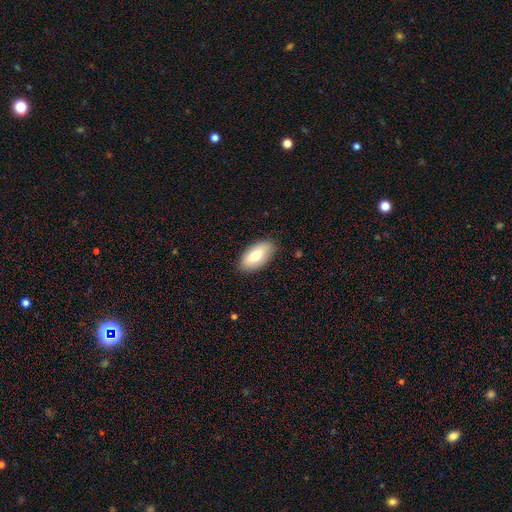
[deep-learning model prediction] This is likely a smooth galaxy (76%). How rounded: clearly in between (93%). Merging: clearly none (86%).